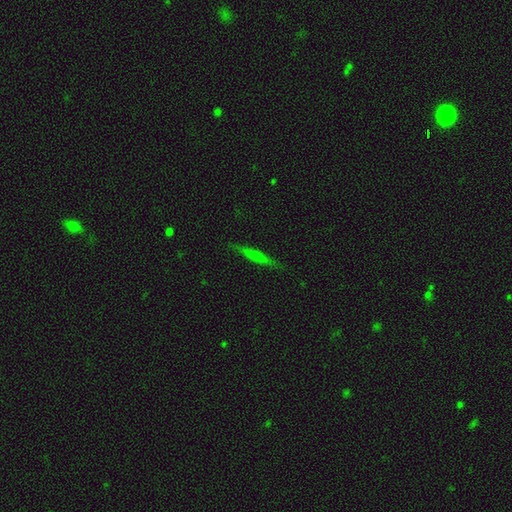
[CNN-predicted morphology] The model was most divided on "smooth or featured": smooth: 53%, featured or disk: 39%, star or artifact: 9%. More confident: how rounded — cigar-shaped (90%); merging — none (87%).